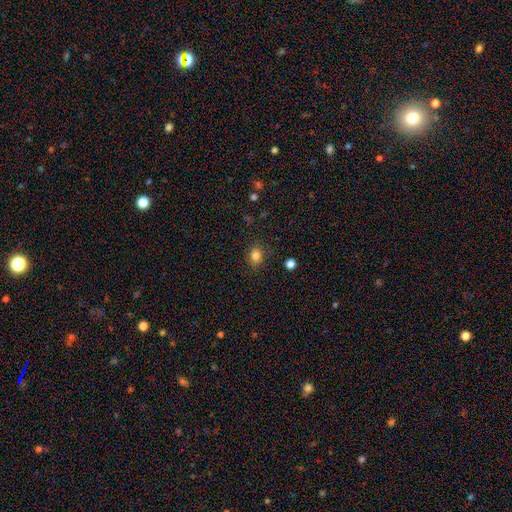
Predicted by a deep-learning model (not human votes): Smooth or featured? Predicted: smooth (p=0.83). How rounded? Predicted: in between (p=0.55). Merging? Predicted: none (p=0.84).